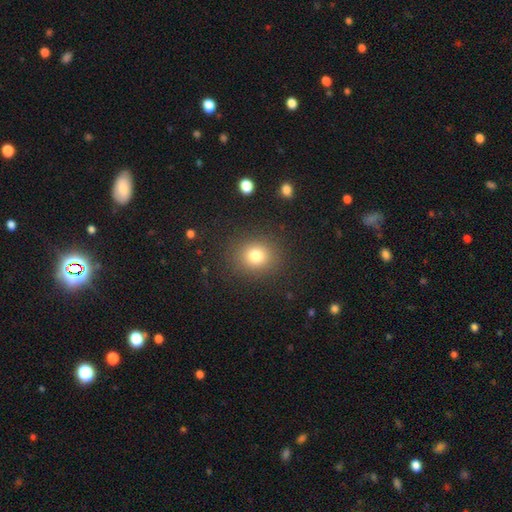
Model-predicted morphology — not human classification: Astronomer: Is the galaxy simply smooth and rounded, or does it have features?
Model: smooth — 79%.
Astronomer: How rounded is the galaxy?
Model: round — 78%.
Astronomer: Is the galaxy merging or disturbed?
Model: none — 87%.